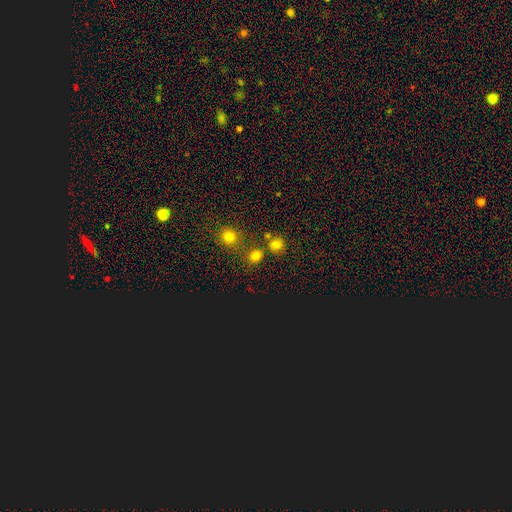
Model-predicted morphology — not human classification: Q: Smooth or featured?
A: smooth (72%); runner-up: star or artifact (22%)
Q: How rounded?
A: round (80%); runner-up: in between (19%)
Q: Merging?
A: none (71%); runner-up: merger (16%)